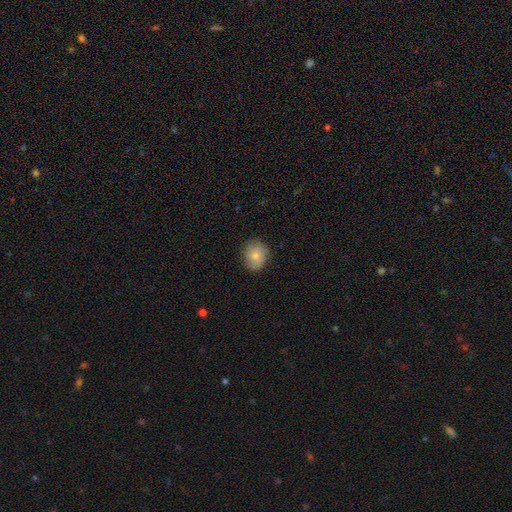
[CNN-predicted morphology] smooth_or_featured: smooth (p=0.75) [alt: featured or disk p=0.17]
how_rounded: round (p=0.62) [alt: in between p=0.37]
merging: none (p=0.81) [alt: minor disturbance p=0.15]